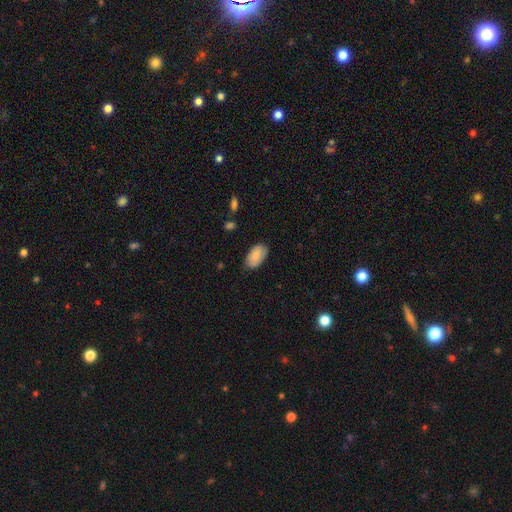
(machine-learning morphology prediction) A smooth galaxy with no disk features (79%) that is in between round and cigar-shaped (95%). Merging: none (77%).